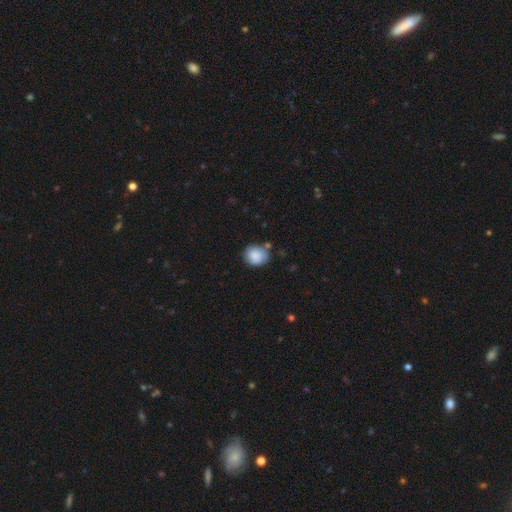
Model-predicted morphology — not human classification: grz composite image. It shows a smooth galaxy with no disk features (84%) that is round (67%). Merging: none (68%).